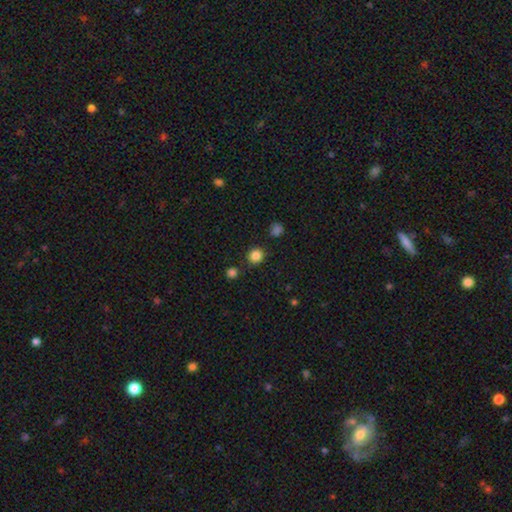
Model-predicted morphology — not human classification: smooth_or_featured: smooth (p=0.85) [alt: star or artifact p=0.12]
how_rounded: round (p=0.87) [alt: in between p=0.12]
merging: none (p=0.86) [alt: minor disturbance p=0.07]